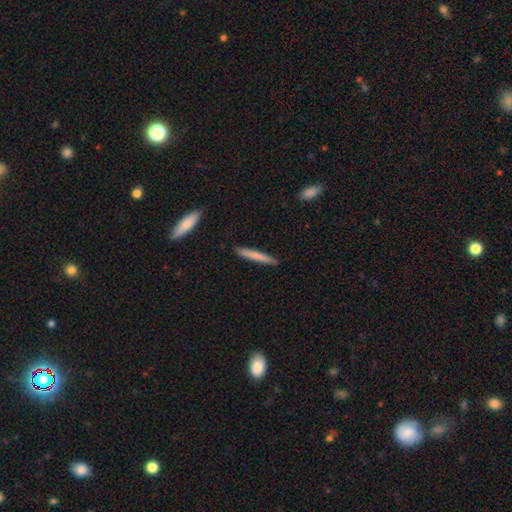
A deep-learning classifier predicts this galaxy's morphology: This is likely a smooth galaxy (74%). How rounded: clearly cigar-shaped (95%). Merging: clearly none (91%).